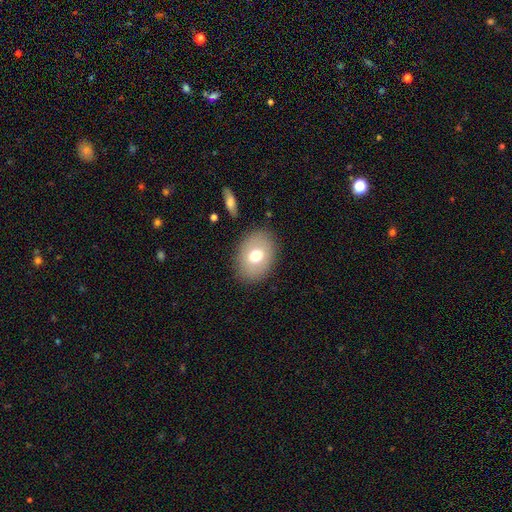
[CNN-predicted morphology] Smooth or featured? Predicted: smooth (p=0.68). How rounded? Predicted: in between (p=0.69). Merging? Predicted: none (p=0.85).